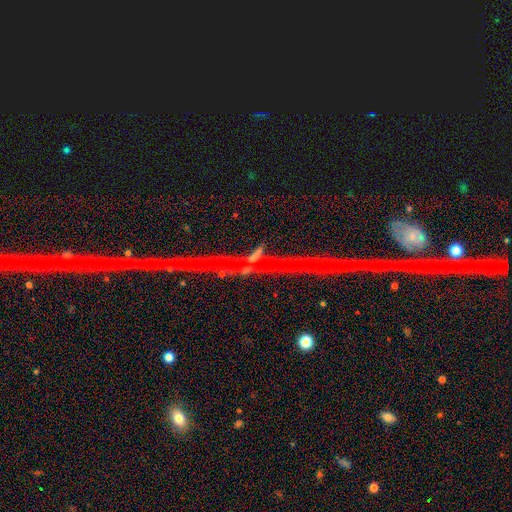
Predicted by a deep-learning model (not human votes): A star or artifact, not a galaxy (75%).

Vote fractions:
- Smooth or featured? star or artifact: 75% / featured or disk: 19% / smooth: 6%